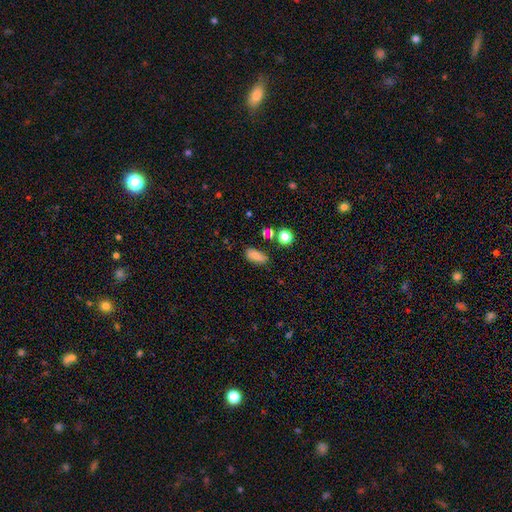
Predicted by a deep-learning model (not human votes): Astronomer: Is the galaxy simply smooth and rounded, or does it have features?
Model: smooth — 74%.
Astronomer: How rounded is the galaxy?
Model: in between — 85%.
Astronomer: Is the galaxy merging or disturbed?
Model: none — 62%.